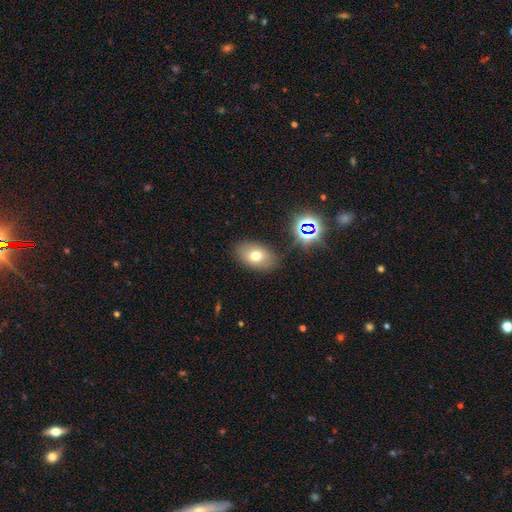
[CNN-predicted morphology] smooth_or_featured: smooth (p=0.70) [alt: featured or disk p=0.16]
how_rounded: in between (p=0.86) [alt: round p=0.13]
merging: none (p=0.83) [alt: minor disturbance p=0.11]